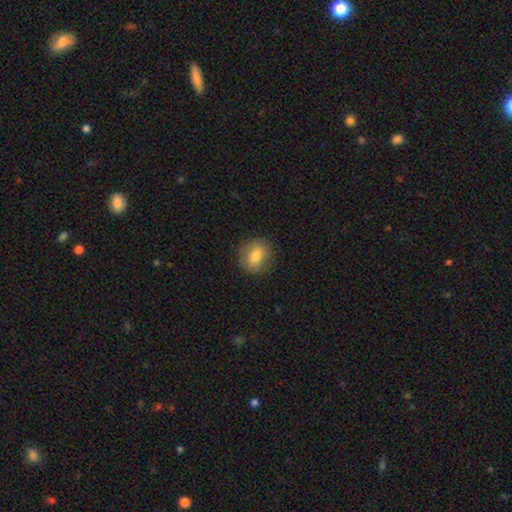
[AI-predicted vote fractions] Smooth or featured: smooth — 74% (featured or disk — 18%)
How rounded: round — 64% (in between — 34%)
Merging: none — 86% (minor disturbance — 10%)